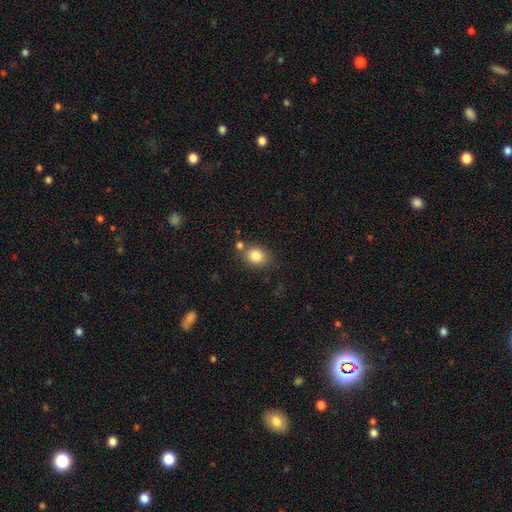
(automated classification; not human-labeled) Smooth or featured: smooth — 84% (star or artifact — 10%)
How rounded: round — 55% (in between — 44%)
Merging: none — 69% (merger — 14%)